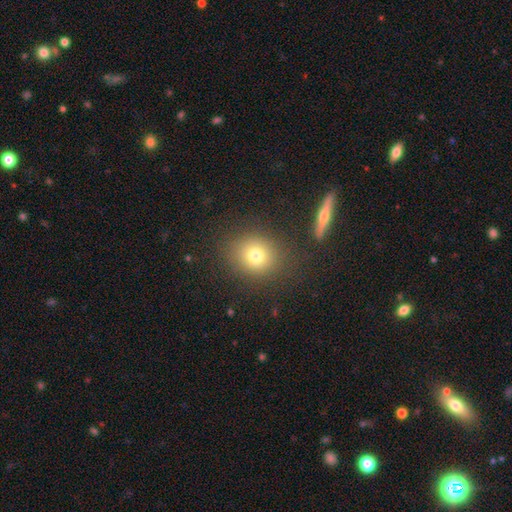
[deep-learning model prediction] This appears to be a smooth galaxy with no disk features (75%) that is round (75%). Merging: none (83%).